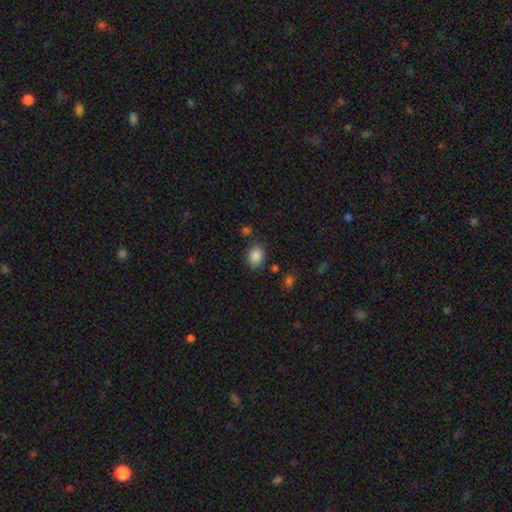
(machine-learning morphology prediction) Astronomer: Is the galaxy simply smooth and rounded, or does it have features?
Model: smooth — 87%.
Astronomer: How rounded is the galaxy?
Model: in between — 56% (runner-up: round, 43%).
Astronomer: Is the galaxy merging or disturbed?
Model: none — 80%.